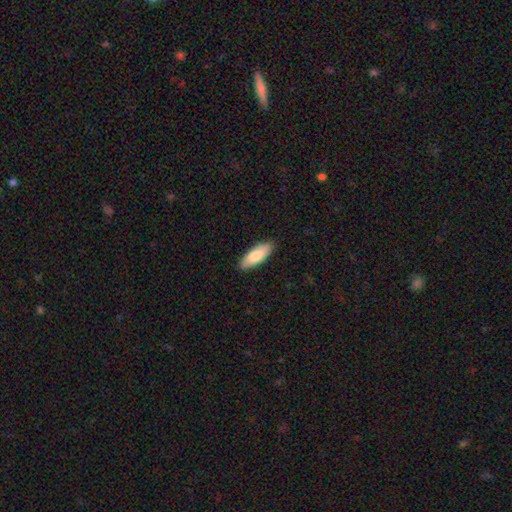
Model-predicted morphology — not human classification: A smooth galaxy with no disk features (80%) that is in between round and cigar-shaped (69%). Merging: none (89%).